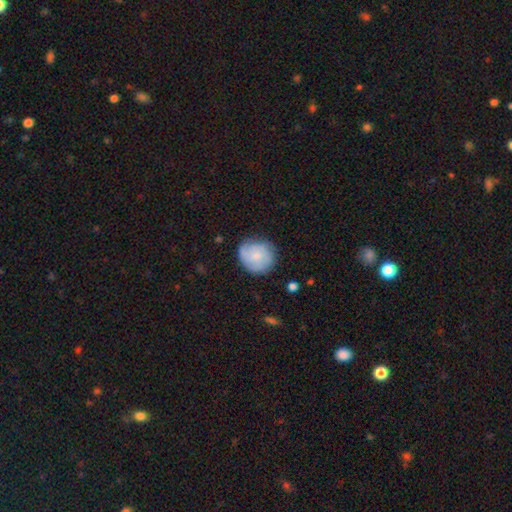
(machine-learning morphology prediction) smooth 51%, featured or disk 42%, star or artifact 7%. Down the decision tree: how rounded — round (84%); merging — none (72%).